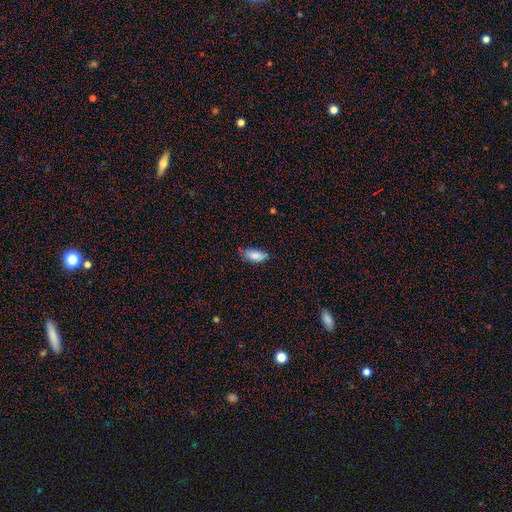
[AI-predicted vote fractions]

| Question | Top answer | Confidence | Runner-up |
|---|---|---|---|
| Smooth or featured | smooth | 86% | star or artifact (7%) |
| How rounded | in between | 89% | cigar-shaped (8%) |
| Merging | none | 77% | minor disturbance (18%) |